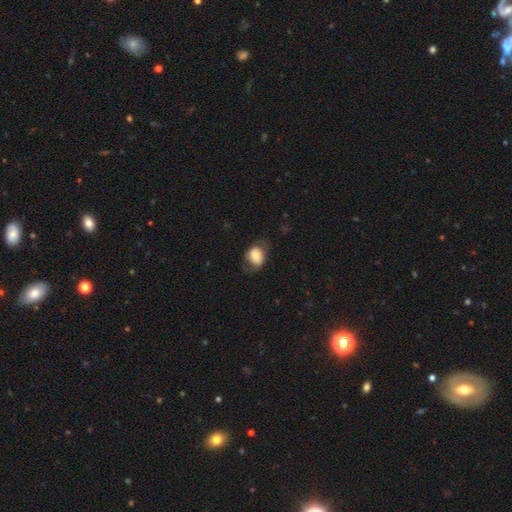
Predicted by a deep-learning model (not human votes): Morphology: type=smooth (76%); roundness=in between (61%); merging=none (61%).